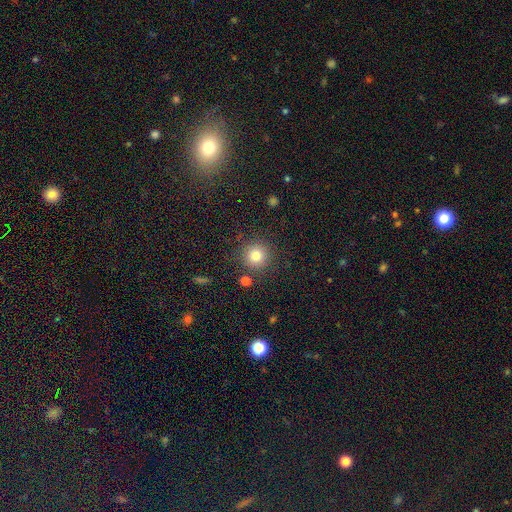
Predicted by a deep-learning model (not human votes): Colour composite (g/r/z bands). It shows a smooth galaxy with no disk features (81%) that is round (94%). Merging: none (85%).